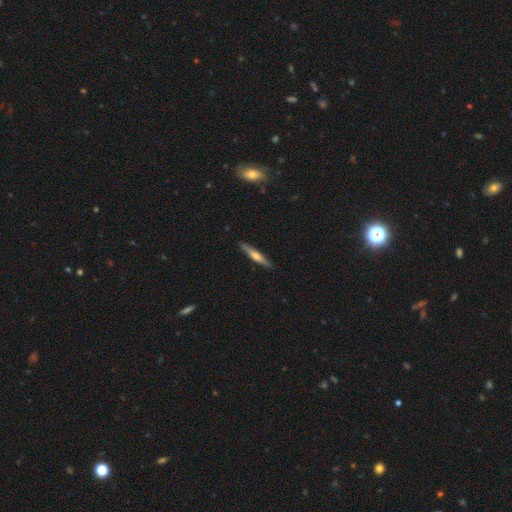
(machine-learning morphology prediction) smooth_or_featured: featured or disk (p=0.52) [alt: smooth p=0.43]
disk_edge_on: yes (p=0.95) [alt: no p=0.05]
merging: none (p=0.89) [alt: minor disturbance p=0.08]